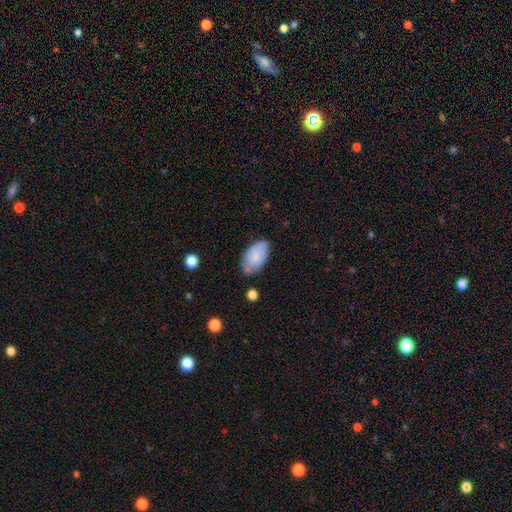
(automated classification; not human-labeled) smooth 79%, featured or disk 15%, star or artifact 6%. Down the decision tree: how rounded — in between (95%); merging — none (66%).